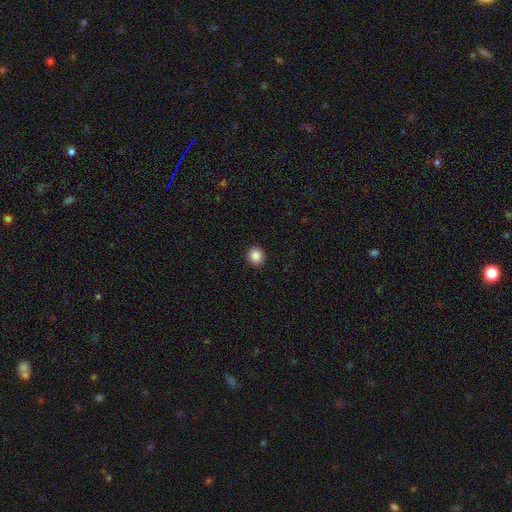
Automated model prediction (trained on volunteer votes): Overall: smooth (86%). How rounded: round (91%). Merging: none (93%).